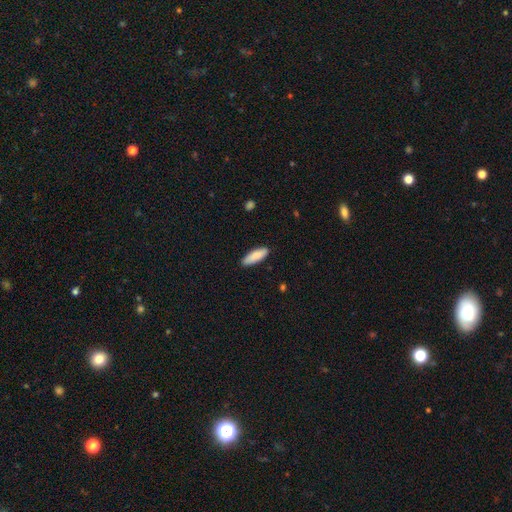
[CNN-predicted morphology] Smooth or featured? Predicted: smooth (p=0.87). How rounded? Predicted: in between (p=0.52). Merging? Predicted: none (p=0.87).